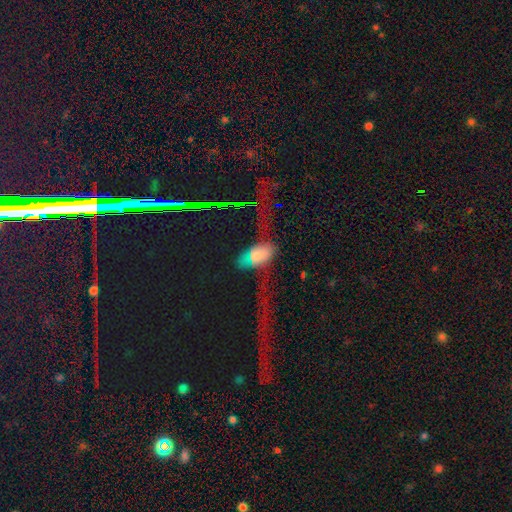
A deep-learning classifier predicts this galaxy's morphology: smooth 53%, featured or disk 27%, star or artifact 20%. Down the decision tree: how rounded — in between (84%); merging — none (39%).